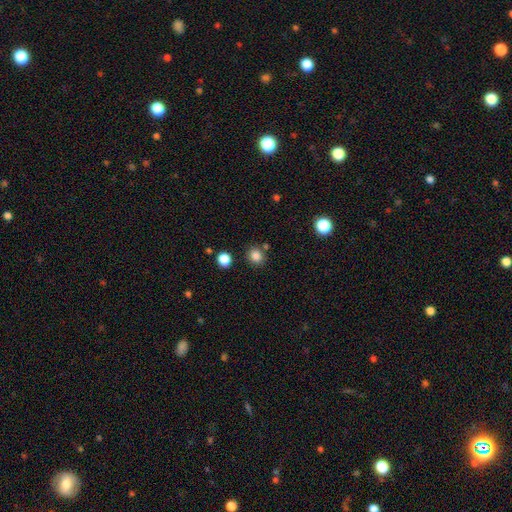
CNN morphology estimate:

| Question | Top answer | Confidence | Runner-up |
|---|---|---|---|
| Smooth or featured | smooth | 84% | star or artifact (12%) |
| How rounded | round | 83% | in between (16%) |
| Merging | none | 81% | minor disturbance (9%) |